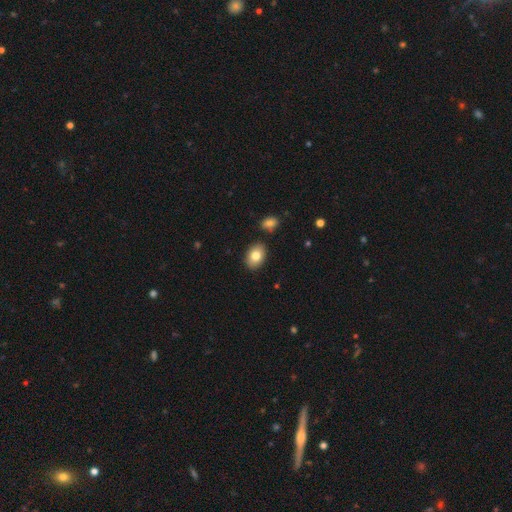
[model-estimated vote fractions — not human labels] Smooth or featured? smooth (81%)
How rounded? in between (81%)
Merging? none (86%)